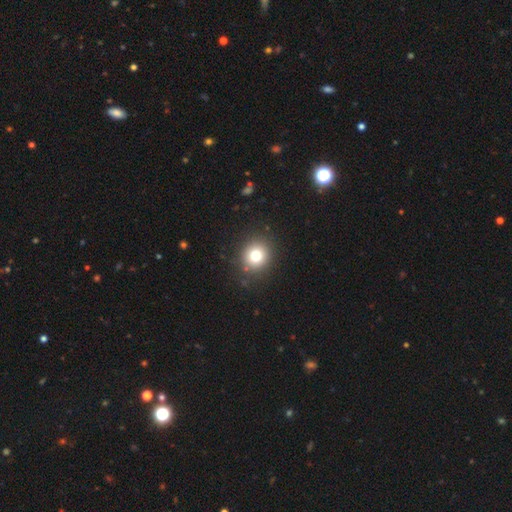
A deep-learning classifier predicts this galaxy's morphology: Smooth or featured?
  - smooth: 77% *
  - star or artifact: 13%
  - featured or disk: 10%
How rounded?
  - round: 87% *
  - in between: 12%
  - cigar-shaped: 1%
Merging?
  - none: 88% *
  - minor disturbance: 7%
  - major disturbance: 3%
  - merger: 1%